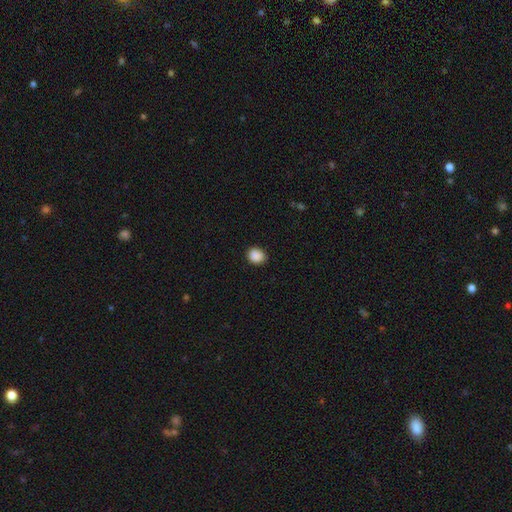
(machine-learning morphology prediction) Smooth or featured? smooth (89%)
How rounded? round (67%)
Merging? none (86%)